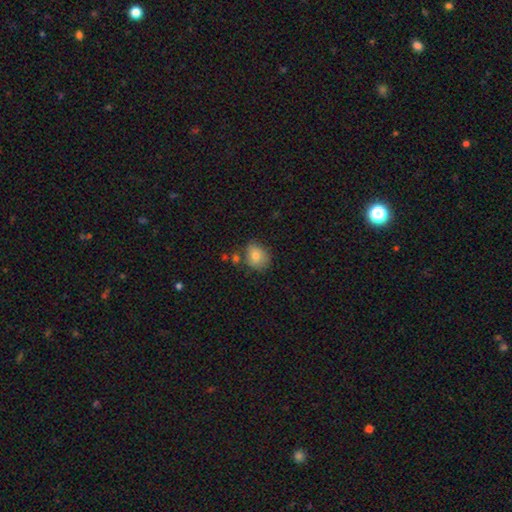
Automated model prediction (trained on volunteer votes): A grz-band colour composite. It shows a smooth galaxy with no disk features (77%) that is round (65%). Merging: none (69%).